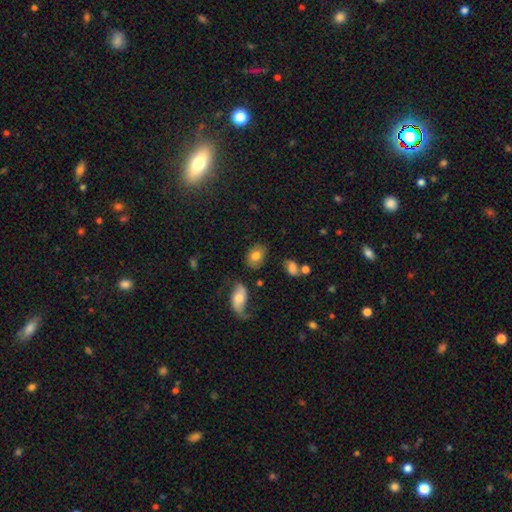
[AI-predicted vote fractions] A smooth galaxy with no disk features (77%) that is in between round and cigar-shaped (76%). Merging: none (77%).